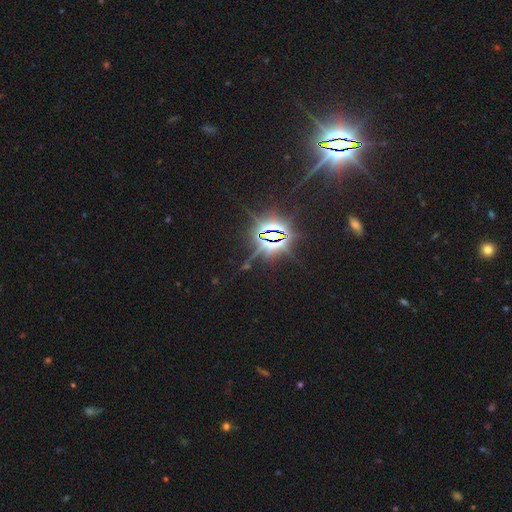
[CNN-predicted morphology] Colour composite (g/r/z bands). It shows a star or artifact, not a galaxy (85%).